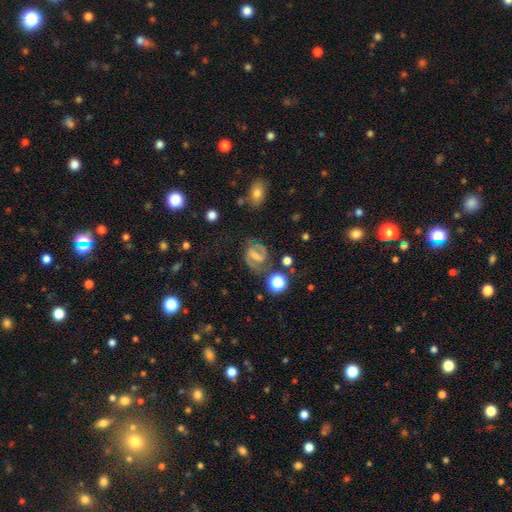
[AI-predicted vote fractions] Smooth or featured: featured or disk — 67% (smooth — 22%)
Edge-on disk: no — 96% (yes — 4%)
Bar: strong — 52% (weak — 35%)
Spiral arms: yes — 85% (no — 15%)
Spiral winding: medium — 52% (tight — 27%)
Spiral arm count: 2 — 85% (can't tell — 8%)
Bulge size: small — 34% (none — 31%)
Merging: none — 64% (minor disturbance — 18%)